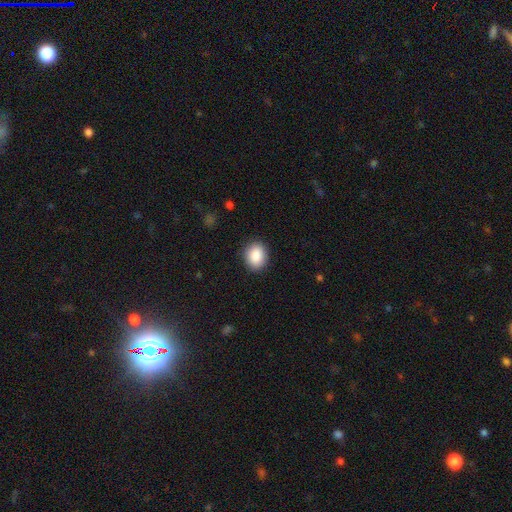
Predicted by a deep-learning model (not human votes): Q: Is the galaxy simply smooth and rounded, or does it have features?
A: smooth — 88%.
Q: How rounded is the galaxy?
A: in between — 53%.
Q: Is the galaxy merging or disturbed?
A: none — 89%.